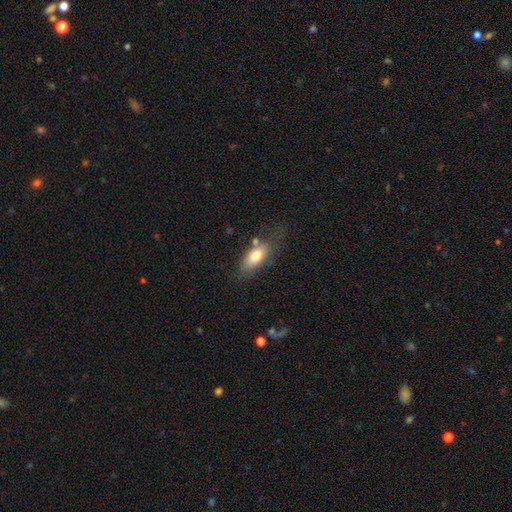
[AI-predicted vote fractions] Smooth or featured? Predicted: smooth (p=0.73). How rounded? Predicted: in between (p=0.82). Merging? Predicted: none (p=0.58).